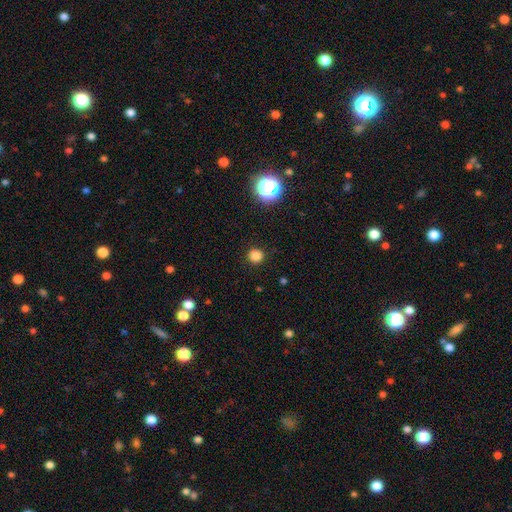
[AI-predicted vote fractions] Smooth or featured? smooth (82%)
How rounded? round (93%)
Merging? none (91%)